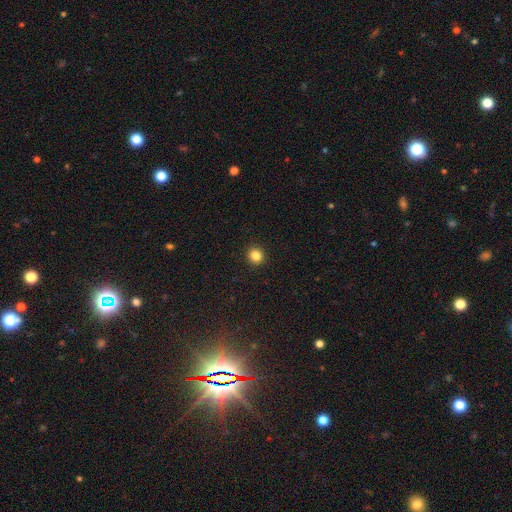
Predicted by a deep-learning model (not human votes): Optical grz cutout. It shows a smooth galaxy with no disk features (85%) that is round (89%). Merging: none (93%).